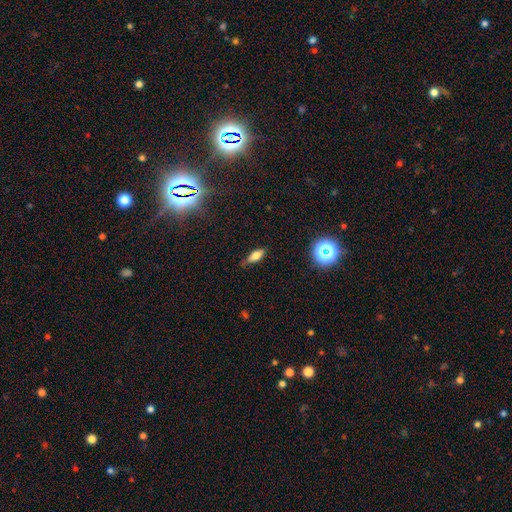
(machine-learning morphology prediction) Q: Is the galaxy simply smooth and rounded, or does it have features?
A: smooth — 67%.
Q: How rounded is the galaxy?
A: in between — 69%.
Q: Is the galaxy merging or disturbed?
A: none — 76%.